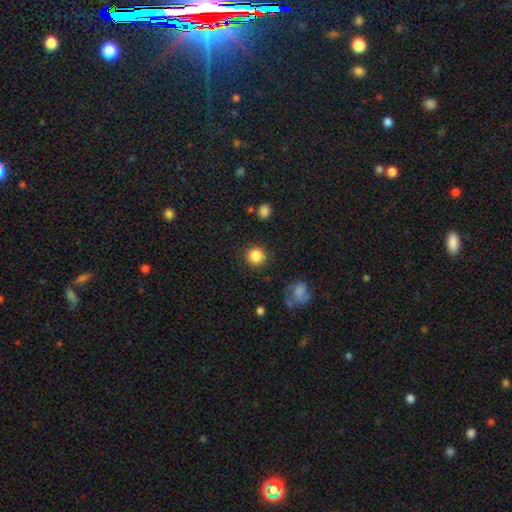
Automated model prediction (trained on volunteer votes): Smooth or featured? Predicted: smooth (p=0.86). How rounded? Predicted: round (p=0.93). Merging? Predicted: none (p=0.89).